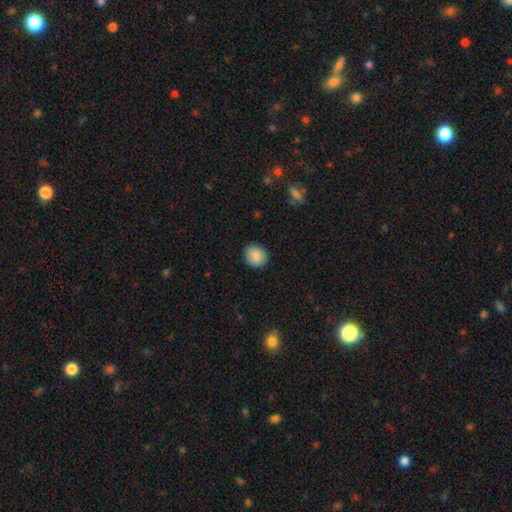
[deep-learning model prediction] This is clearly a smooth galaxy (87%). How rounded: likely round (76%). Merging: clearly none (90%).